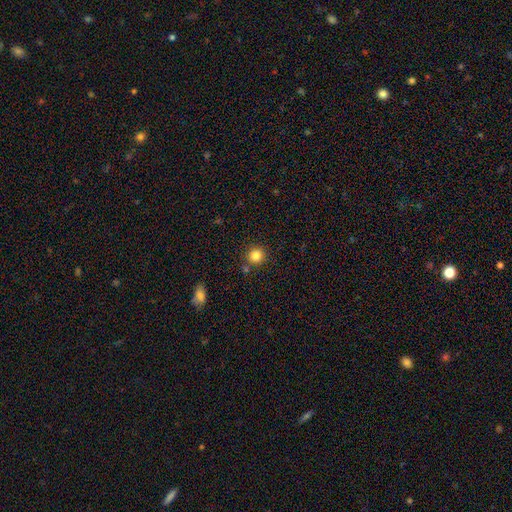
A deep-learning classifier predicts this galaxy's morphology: smooth 84%, star or artifact 11%, featured or disk 5%. Down the decision tree: how rounded — round (92%); merging — none (83%).